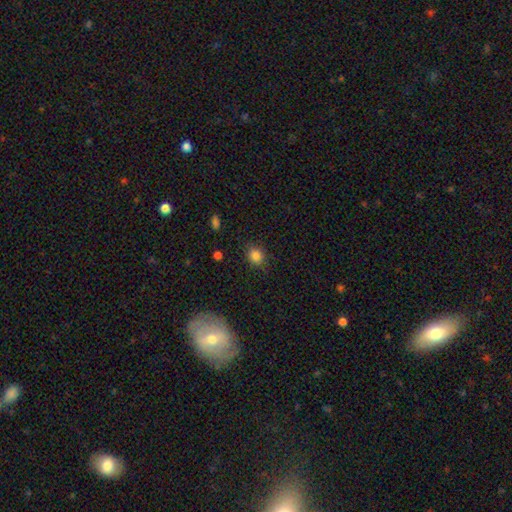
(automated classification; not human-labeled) Smooth or featured?
  - smooth: 83% *
  - star or artifact: 11%
  - featured or disk: 5%
How rounded?
  - round: 64% *
  - in between: 35%
  - cigar-shaped: 1%
Merging?
  - none: 84% *
  - minor disturbance: 11%
  - major disturbance: 3%
  - merger: 1%